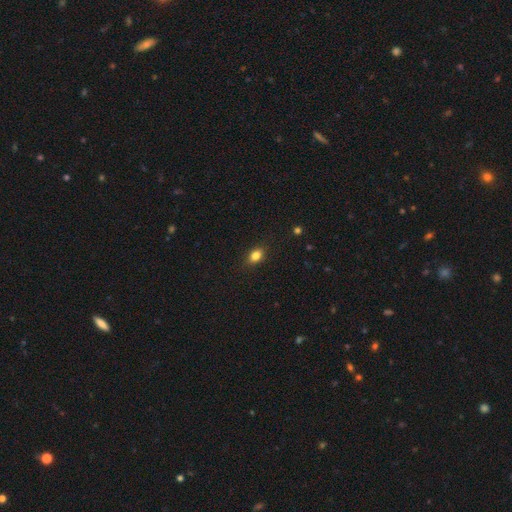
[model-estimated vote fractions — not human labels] The model was most divided on "how rounded": in between: 72%, round: 26%, cigar-shaped: 2%. More confident: merging — none (87%); smooth or featured — smooth (83%).